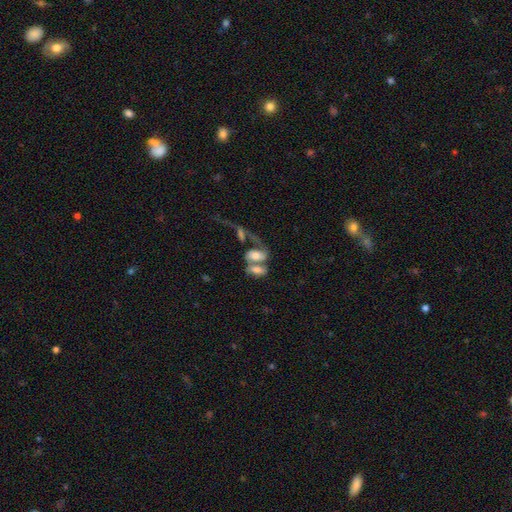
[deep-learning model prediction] smooth_or_featured: smooth (p=0.50) [alt: featured or disk p=0.38]
merging: merger (p=0.66) [alt: none p=0.15]